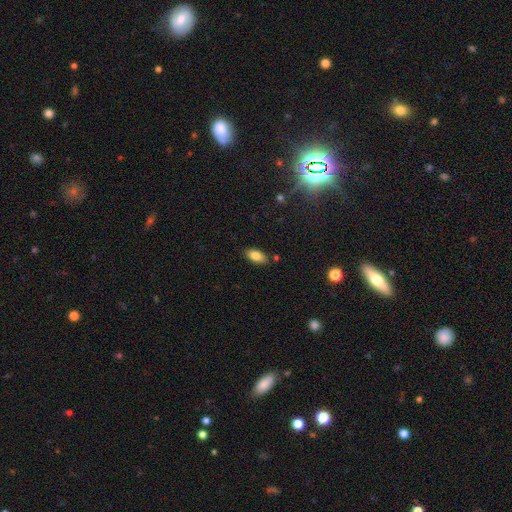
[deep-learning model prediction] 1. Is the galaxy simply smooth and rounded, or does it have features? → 82% smooth, 10% featured or disk, 8% star or artifact.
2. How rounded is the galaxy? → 91% in between, 6% cigar-shaped, 3% round.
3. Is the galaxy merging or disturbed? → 84% none, 11% minor disturbance, 3% merger, 2% major disturbance.